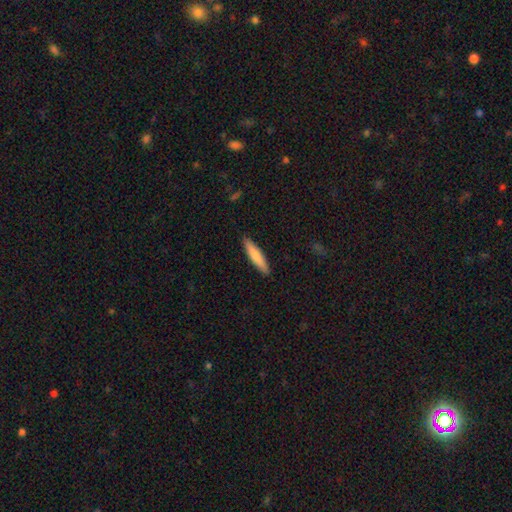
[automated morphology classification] smooth 77%, featured or disk 18%, star or artifact 5%. Down the decision tree: how rounded — cigar-shaped (84%); merging — none (90%).